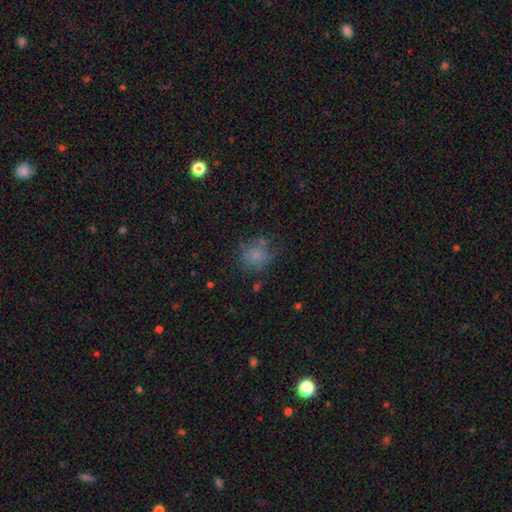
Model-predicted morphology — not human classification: The model was most divided on "merging": none: 62%, minor disturbance: 21%, major disturbance: 11%, merger: 6%. More confident: how rounded — round (78%); smooth or featured — smooth (72%).